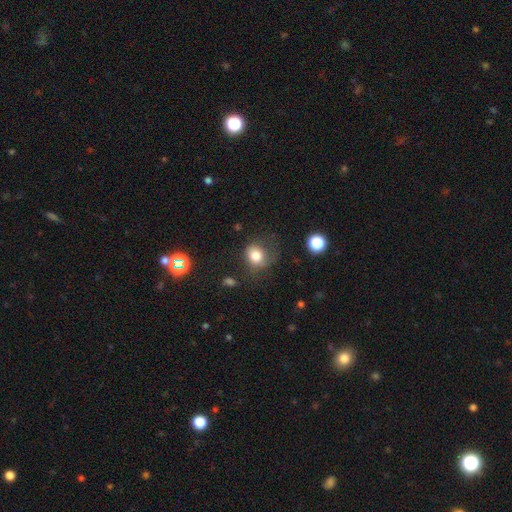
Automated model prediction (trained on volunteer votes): The model was most divided on "merging": none: 54%, minor disturbance: 26%, major disturbance: 17%, merger: 3%. More confident: smooth or featured — smooth (79%); how rounded — round (70%).